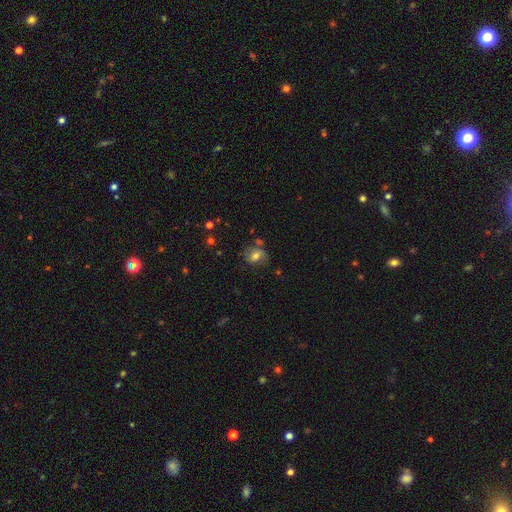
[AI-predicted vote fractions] Smooth or featured?
  - smooth: 57% *
  - featured or disk: 31%
  - star or artifact: 12%
How rounded?
  - in between: 50% *
  - round: 49%
  - cigar-shaped: 1%
Merging?
  - none: 60% *
  - minor disturbance: 22%
  - major disturbance: 10%
  - merger: 8%